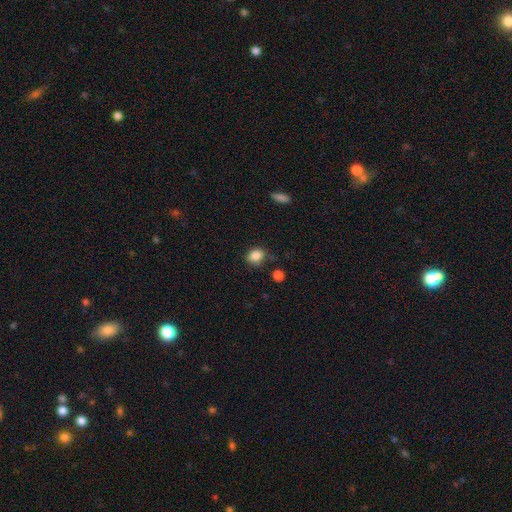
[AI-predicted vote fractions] Smooth or featured? Predicted: smooth (p=0.86). How rounded? Predicted: in between (p=0.59). Merging? Predicted: none (p=0.75).